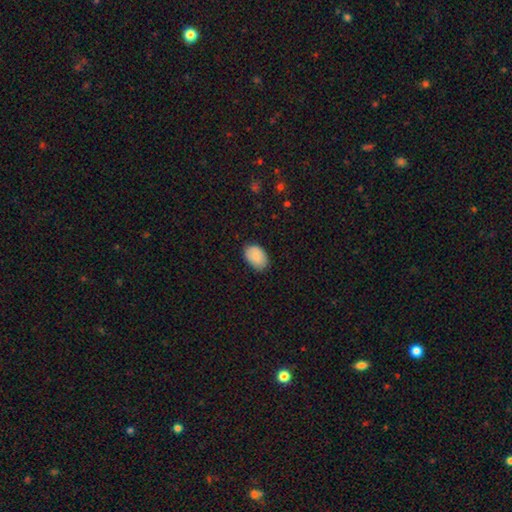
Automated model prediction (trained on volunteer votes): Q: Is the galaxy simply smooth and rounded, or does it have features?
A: smooth — 88%.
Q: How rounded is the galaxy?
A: in between — 87%.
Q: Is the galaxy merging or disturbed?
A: none — 81%.